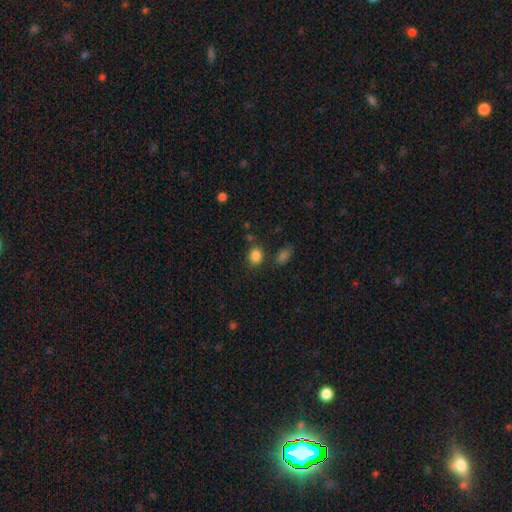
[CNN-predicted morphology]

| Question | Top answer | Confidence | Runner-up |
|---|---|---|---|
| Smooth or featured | smooth | 85% | star or artifact (11%) |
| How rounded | round | 52% | in between (47%) |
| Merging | none | 76% | minor disturbance (12%) |